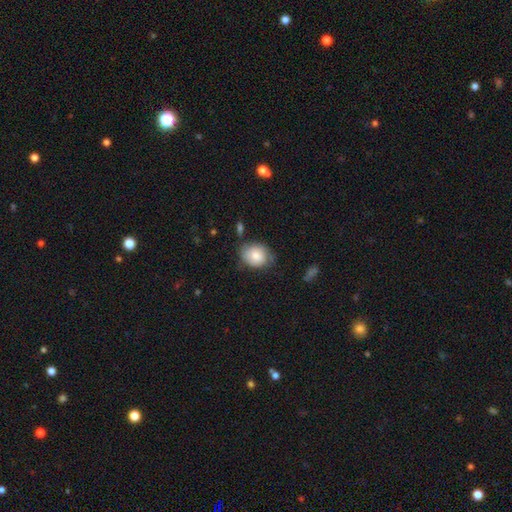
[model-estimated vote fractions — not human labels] Smooth or featured? smooth (80%)
How rounded? in between (51%)
Merging? none (61%)